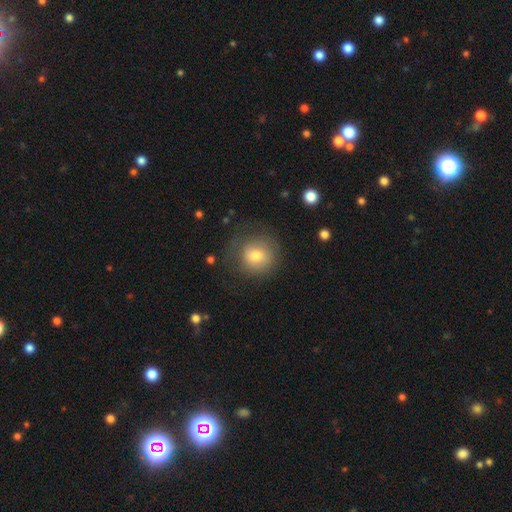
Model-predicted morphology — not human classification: This appears to be a smooth galaxy with no disk features (73%) that is round (86%). Merging: none (66%).